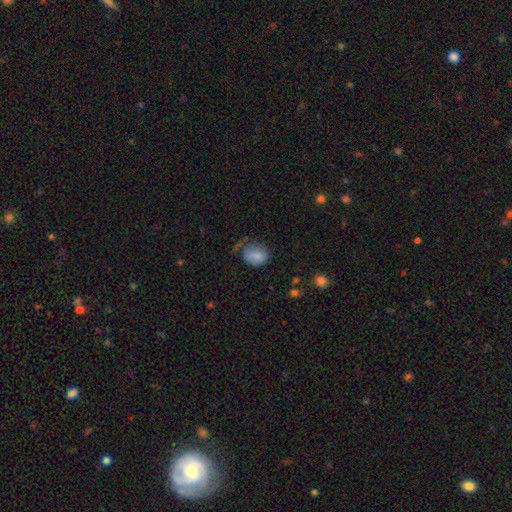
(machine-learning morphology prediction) Smooth or featured? smooth (79%)
How rounded? in between (62%)
Merging? none (41%)